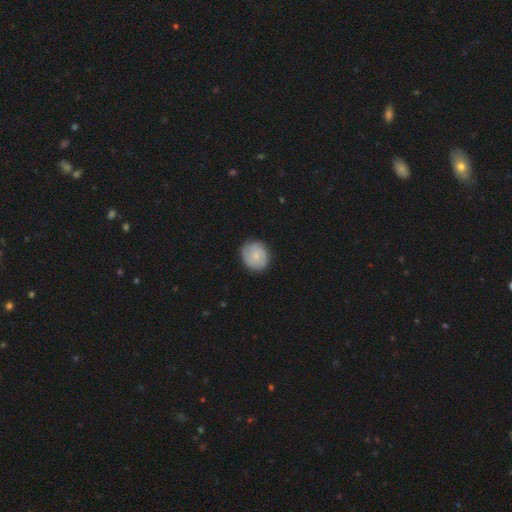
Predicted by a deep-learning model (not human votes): Smooth or featured? smooth (57%)
How rounded? round (80%)
Merging? none (84%)